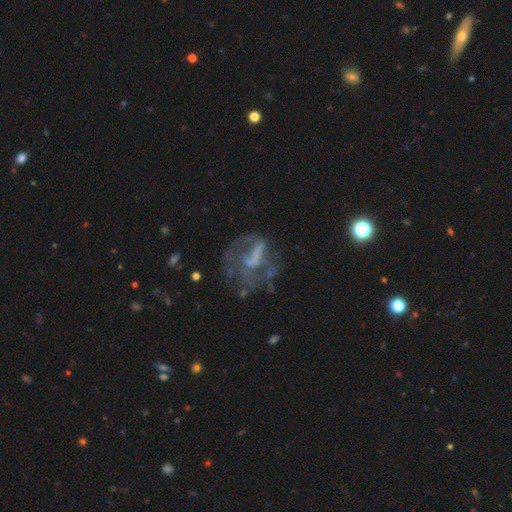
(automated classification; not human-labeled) smooth-or-featured: featured or disk: 64% | smooth: 20% | star or artifact: 16%
  disk-edge-on: no: 97% | yes: 3%
    bar: no: 57% | weak: 29% | strong: 15%
    has-spiral-arms: no: 56% | yes: 44%
    bulge-size: none: 59% | small: 20% | moderate: 16% | large: 4% | dominant: 1%
  merging: none: 40% | major disturbance: 37% | minor disturbance: 18% | merger: 5%